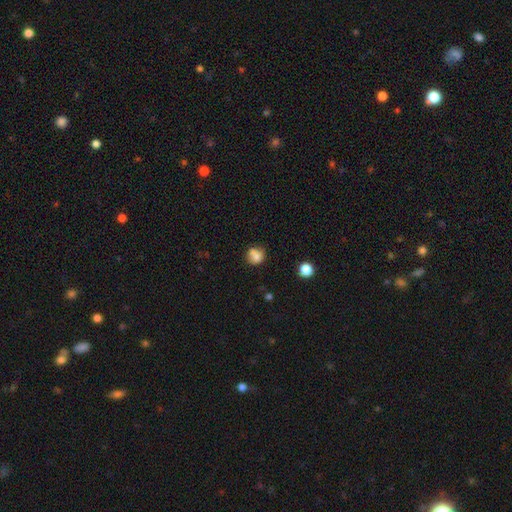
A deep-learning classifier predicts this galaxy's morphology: The model was most divided on "merging": none: 47%, merger: 29%, minor disturbance: 17%, major disturbance: 7%. More confident: how rounded — round (78%); smooth or featured — smooth (73%).